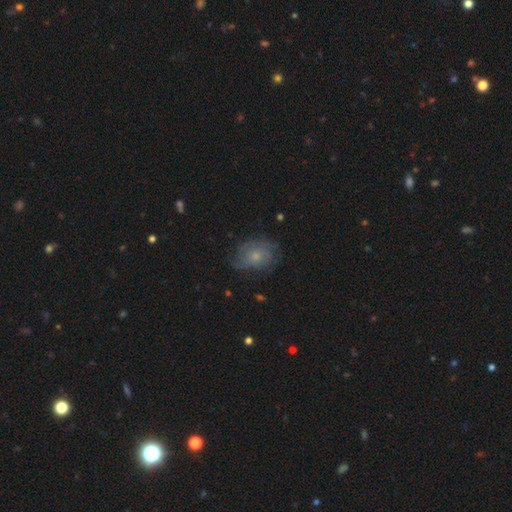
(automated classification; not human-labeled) Smooth or featured? Predicted: smooth (p=0.50). How rounded? Predicted: in between (p=0.56). Merging? Predicted: none (p=0.61).